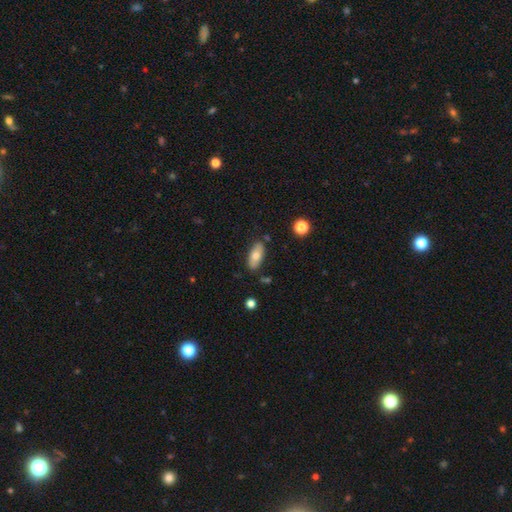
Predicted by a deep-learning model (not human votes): This is likely a smooth galaxy (69%). How rounded: clearly in between (85%). Merging: clearly none (81%).